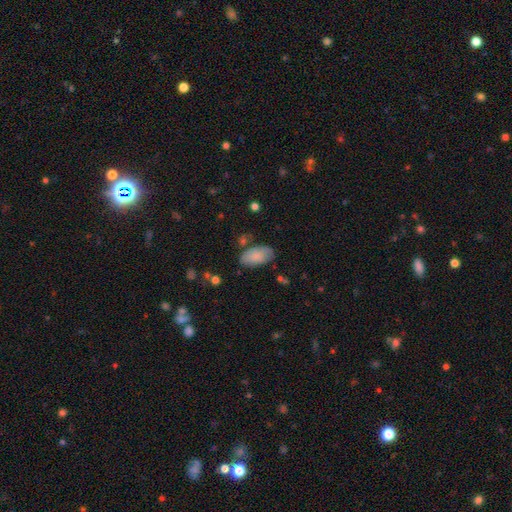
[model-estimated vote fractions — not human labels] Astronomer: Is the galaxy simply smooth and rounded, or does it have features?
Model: smooth — 83%.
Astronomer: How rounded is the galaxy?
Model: in between — 95%.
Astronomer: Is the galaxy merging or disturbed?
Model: none — 70%.